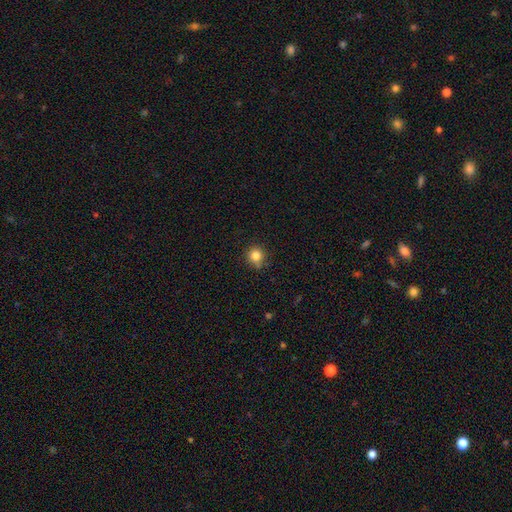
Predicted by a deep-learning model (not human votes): This appears to be a smooth galaxy with no disk features (82%) that is round (91%). Merging: none (76%).